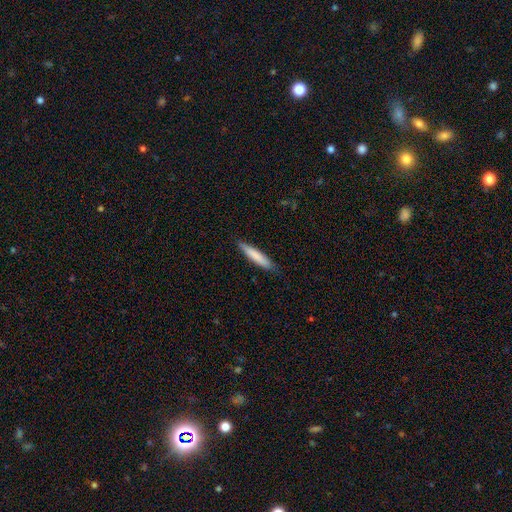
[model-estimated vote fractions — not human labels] This is likely a smooth galaxy (80%). How rounded: clearly cigar-shaped (89%). Merging: clearly none (85%).